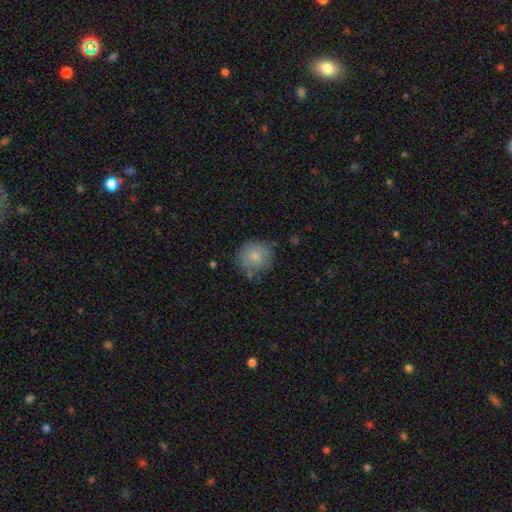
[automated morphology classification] smooth-or-featured: smooth: 78% | featured or disk: 15% | star or artifact: 7%
  how-rounded: round: 91% | in between: 8% | cigar-shaped: 1%
  merging: none: 71% | minor disturbance: 21% | major disturbance: 5% | merger: 3%